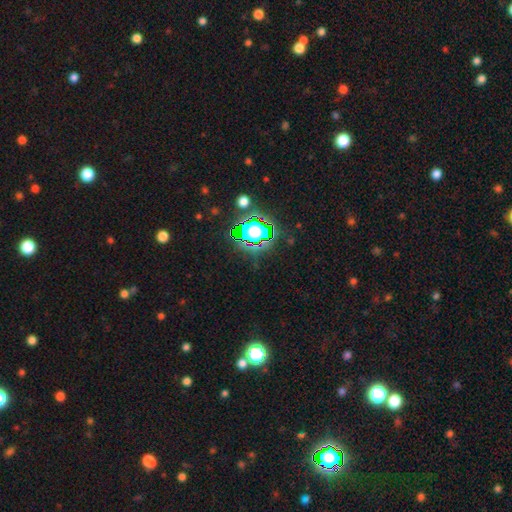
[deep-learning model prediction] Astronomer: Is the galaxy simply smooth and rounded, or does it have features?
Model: star or artifact — 82%.